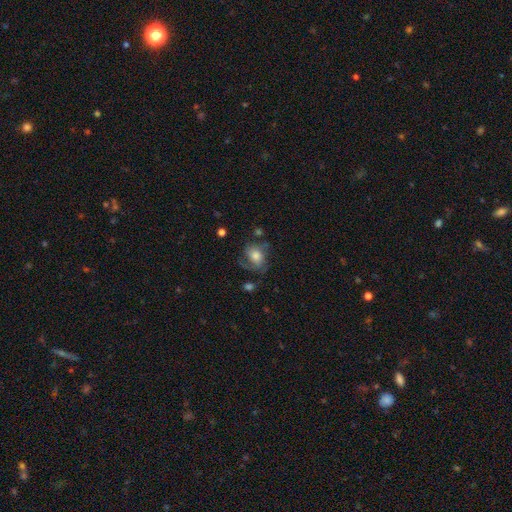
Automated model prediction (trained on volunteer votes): A featured or disk galaxy (47%).

Vote fractions:
- Smooth or featured? featured or disk: 47% / smooth: 44% / star or artifact: 9%
- Merging? none: 47% / major disturbance: 26% / minor disturbance: 24% / merger: 4%